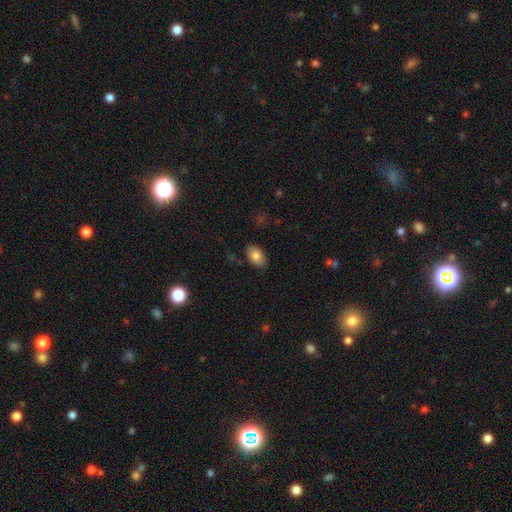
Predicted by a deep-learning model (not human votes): smooth 79%, featured or disk 13%, star or artifact 8%. Down the decision tree: how rounded — in between (92%); merging — none (83%).